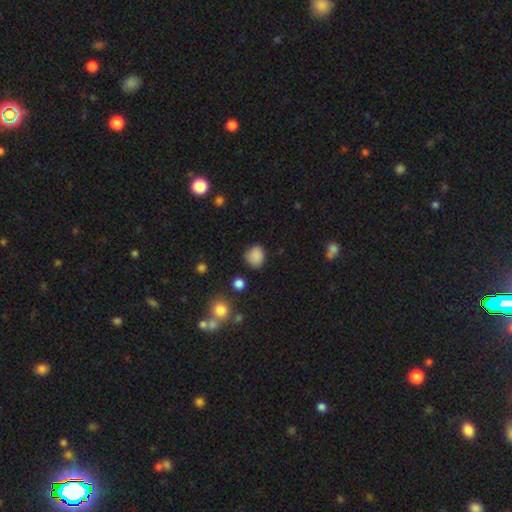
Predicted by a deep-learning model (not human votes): smooth_or_featured: smooth (p=0.86) [alt: star or artifact p=0.11]
how_rounded: round (p=0.75) [alt: in between p=0.24]
merging: none (p=0.81) [alt: minor disturbance p=0.13]